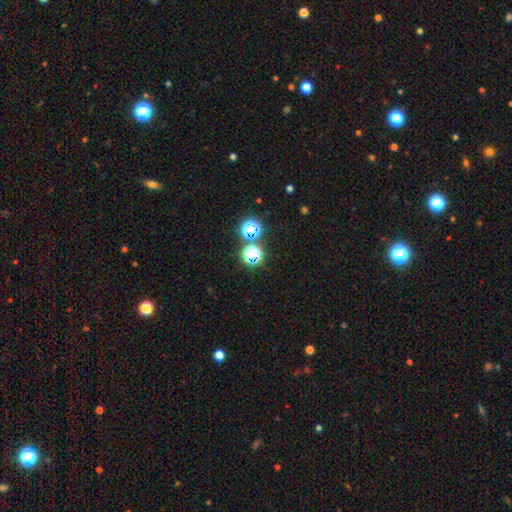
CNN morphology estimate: Smooth or featured?
  - star or artifact: 56% *
  - smooth: 36%
  - featured or disk: 8%